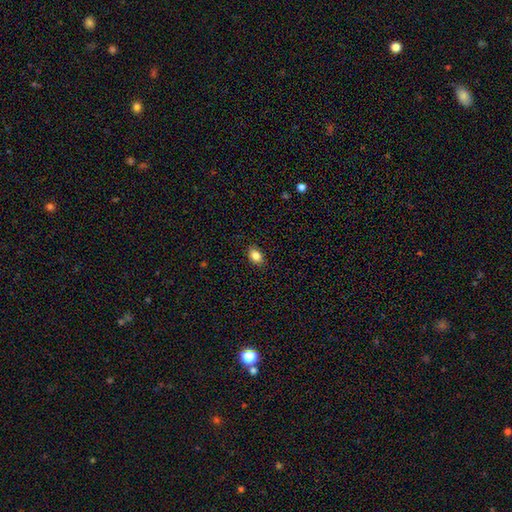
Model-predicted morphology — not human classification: A smooth galaxy with no disk features (85%) that is in between round and cigar-shaped (78%).

Vote fractions:
- Smooth or featured? smooth: 85% / star or artifact: 9% / featured or disk: 6%
- How rounded? in between: 78% / round: 21% / cigar-shaped: 1%
- Merging? none: 89% / minor disturbance: 8% / major disturbance: 2% / merger: 1%